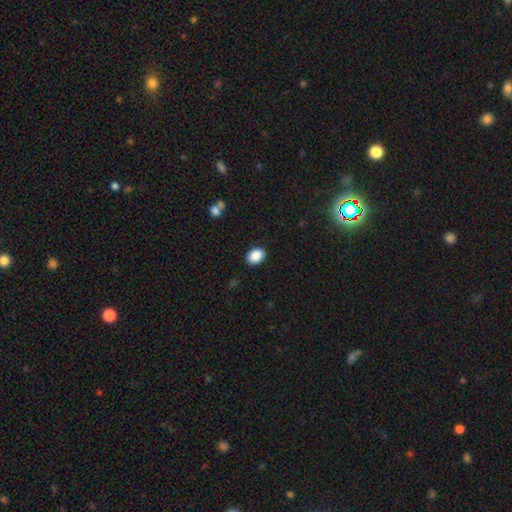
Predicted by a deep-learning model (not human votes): Smooth or featured? smooth (90%)
How rounded? in between (77%)
Merging? none (88%)